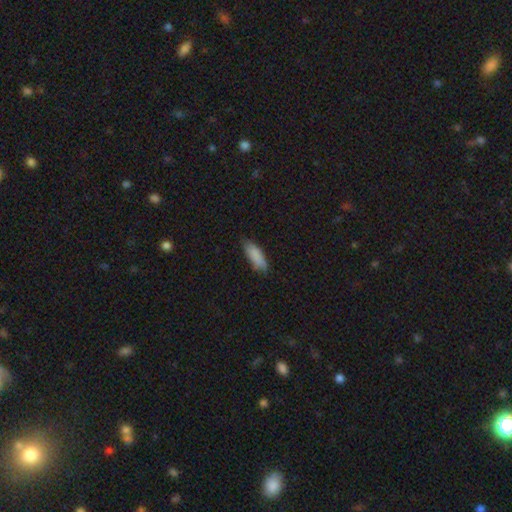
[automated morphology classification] type=smooth (87%); roundness=in between (66%); merging=none (77%).